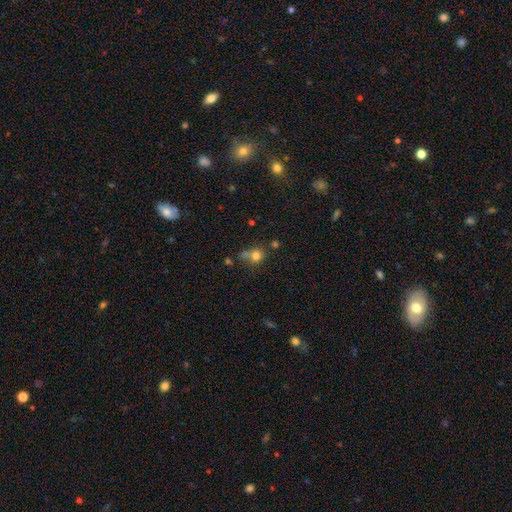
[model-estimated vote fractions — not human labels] Smooth or featured: smooth — 76% (star or artifact — 14%)
How rounded: round — 79% (in between — 20%)
Merging: none — 51% (minor disturbance — 19%)